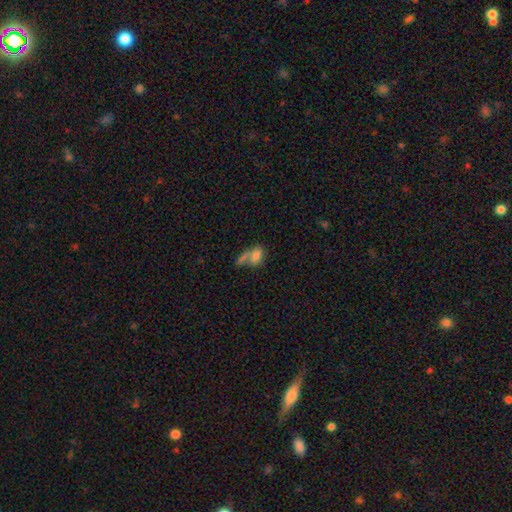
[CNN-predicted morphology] smooth-or-featured: smooth: 72% | featured or disk: 17% | star or artifact: 12%
  how-rounded: in between: 80% | round: 14% | cigar-shaped: 6%
  merging: merger: 44% | none: 30% | minor disturbance: 13% | major disturbance: 12%